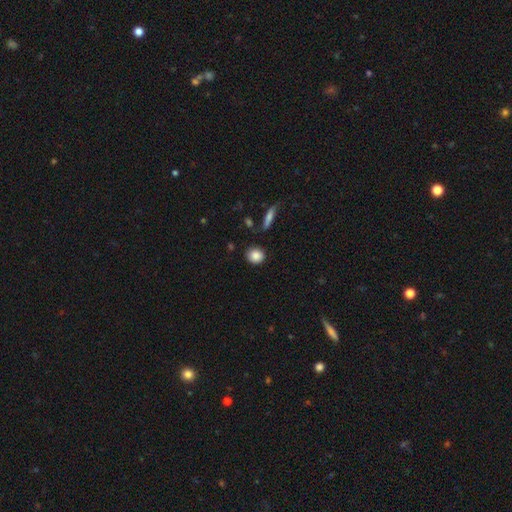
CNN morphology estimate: smooth 87%, star or artifact 8%, featured or disk 6%. Down the decision tree: how rounded — round (77%); merging — none (86%).